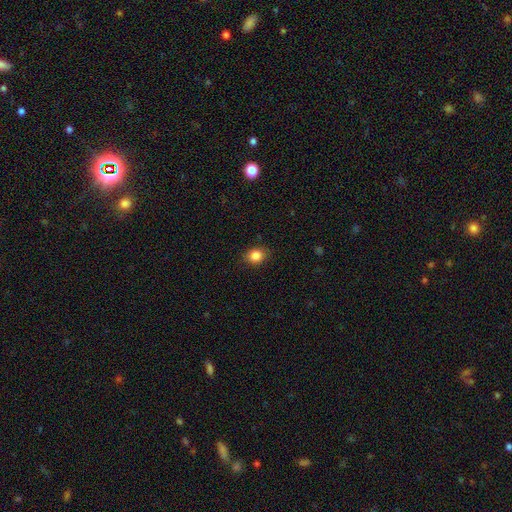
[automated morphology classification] smooth-or-featured: smooth: 85% | star or artifact: 10% | featured or disk: 5%
  how-rounded: round: 61% | in between: 38% | cigar-shaped: 1%
  merging: none: 86% | minor disturbance: 11% | major disturbance: 3% | merger: 1%